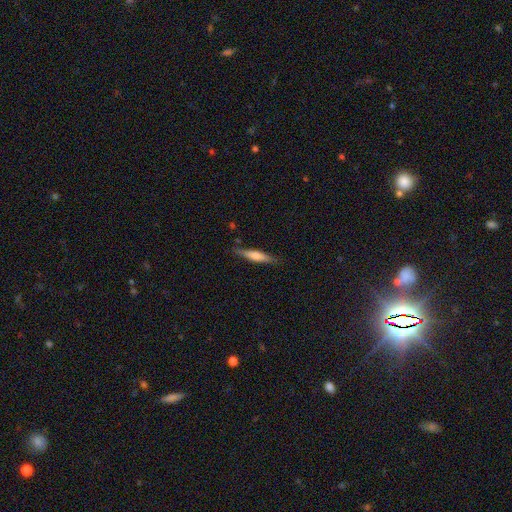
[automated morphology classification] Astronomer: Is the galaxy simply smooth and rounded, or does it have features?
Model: smooth — 58% (runner-up: featured or disk, 36%).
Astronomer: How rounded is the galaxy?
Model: cigar-shaped — 87%.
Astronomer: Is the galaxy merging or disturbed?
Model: none — 85%.